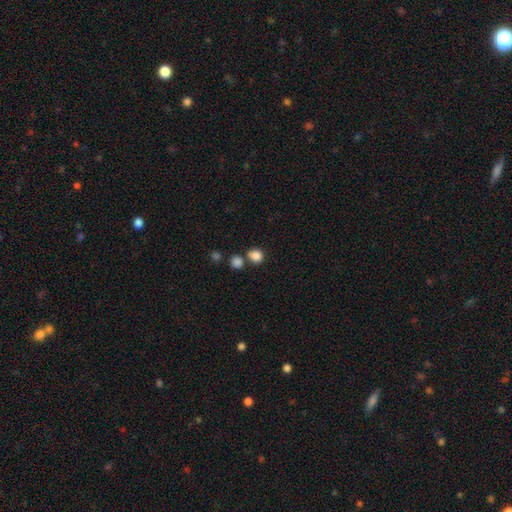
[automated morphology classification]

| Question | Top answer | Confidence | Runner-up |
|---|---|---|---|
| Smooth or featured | smooth | 85% | star or artifact (11%) |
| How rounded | round | 80% | in between (19%) |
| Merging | none | 61% | merger (25%) |